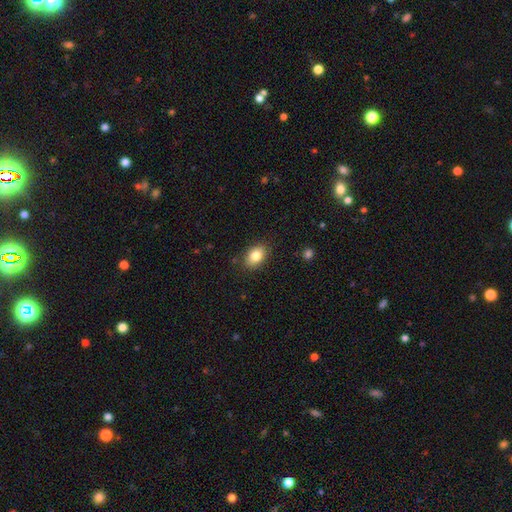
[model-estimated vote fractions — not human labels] Overall: smooth (83%). How rounded: in between (83%). Merging: none (85%).